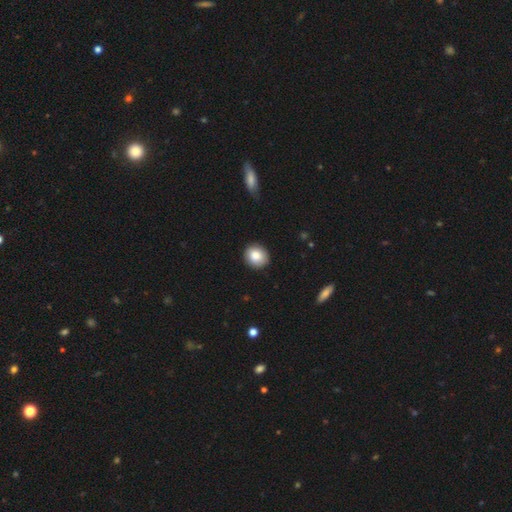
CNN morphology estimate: This appears to be a smooth galaxy with no disk features (85%) that is round (82%). Merging: none (88%).